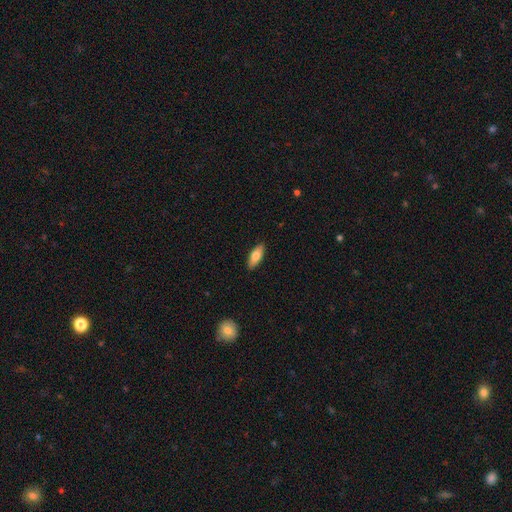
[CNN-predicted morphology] smooth-or-featured: smooth: 76% | featured or disk: 18% | star or artifact: 6%
  how-rounded: in between: 69% | cigar-shaped: 28% | round: 2%
  merging: none: 89% | minor disturbance: 8% | major disturbance: 2% | merger: 1%